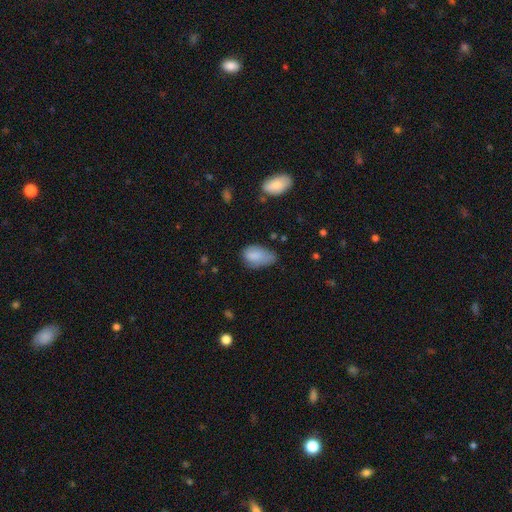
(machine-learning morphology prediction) smooth 81%, featured or disk 11%, star or artifact 8%. Down the decision tree: how rounded — in between (92%); merging — minor disturbance (45%).